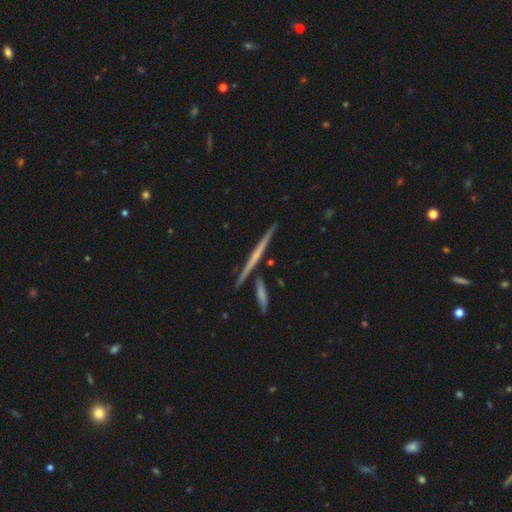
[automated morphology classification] This is likely a featured or disk galaxy (69%). It is clearly viewed edge-on (98%). Edge-on bulge: possibly none (60%). Merging: clearly none (85%).